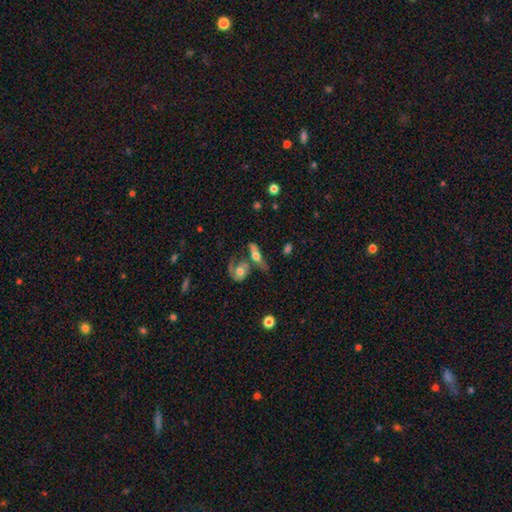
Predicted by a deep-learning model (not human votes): smooth 41%, featured or disk 33%, star or artifact 26%. Down the decision tree: merging — none (41%).